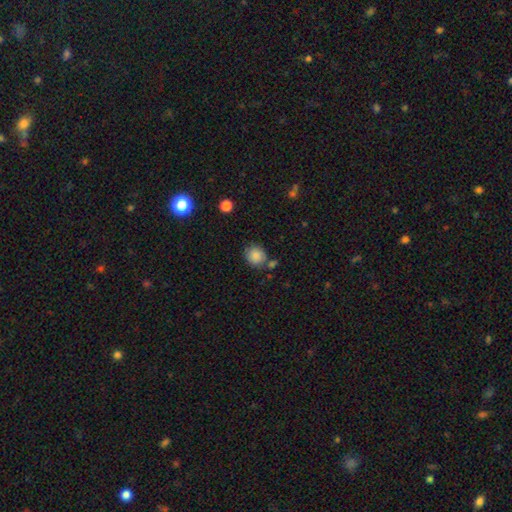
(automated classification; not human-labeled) A smooth galaxy with no disk features (86%) that is round (81%).

Vote fractions:
- Smooth or featured? smooth: 86% / star or artifact: 9% / featured or disk: 5%
- How rounded? round: 81% / in between: 18% / cigar-shaped: 1%
- Merging? none: 71% / minor disturbance: 14% / merger: 11% / major disturbance: 4%